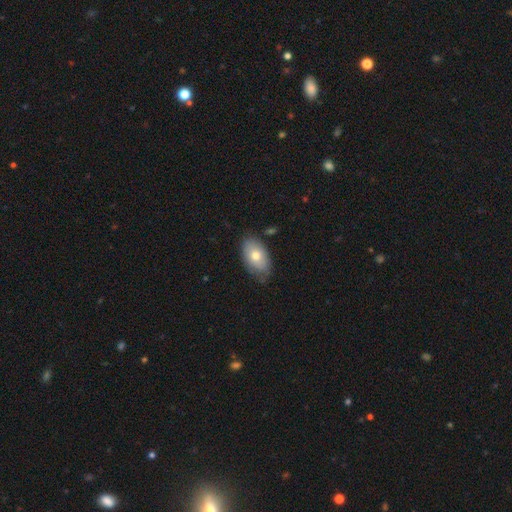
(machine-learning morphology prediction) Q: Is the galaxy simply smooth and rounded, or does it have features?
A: smooth — 73%.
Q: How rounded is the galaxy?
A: in between — 92%.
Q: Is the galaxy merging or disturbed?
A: none — 72%.